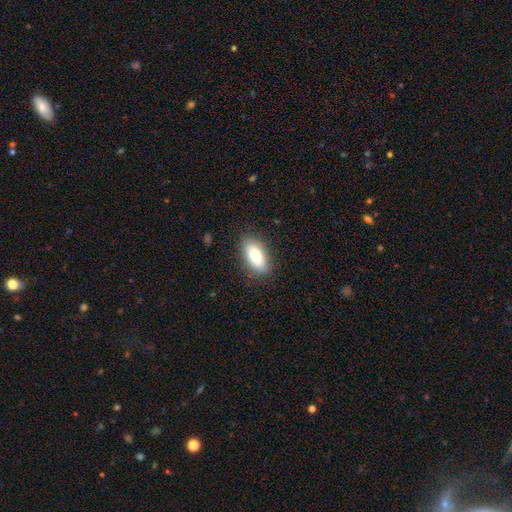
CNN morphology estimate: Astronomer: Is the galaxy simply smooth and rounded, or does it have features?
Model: smooth — 78%.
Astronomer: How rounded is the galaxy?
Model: in between — 87%.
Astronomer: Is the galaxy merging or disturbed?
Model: none — 85%.